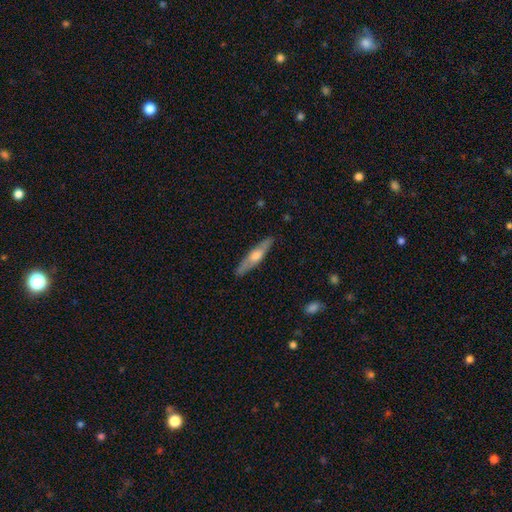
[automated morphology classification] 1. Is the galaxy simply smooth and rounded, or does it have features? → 52% featured or disk, 42% smooth, 6% star or artifact.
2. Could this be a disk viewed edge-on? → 88% yes, 12% no.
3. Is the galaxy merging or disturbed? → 88% none, 9% minor disturbance, 2% major disturbance, 1% merger.